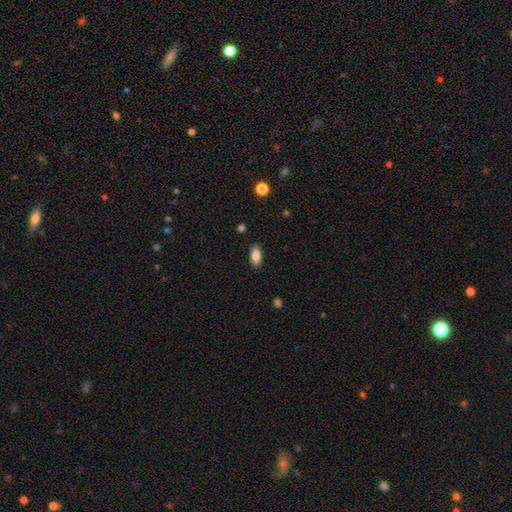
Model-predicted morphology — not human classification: Smooth or featured? Predicted: smooth (p=0.85). How rounded? Predicted: in between (p=0.87). Merging? Predicted: none (p=0.88).